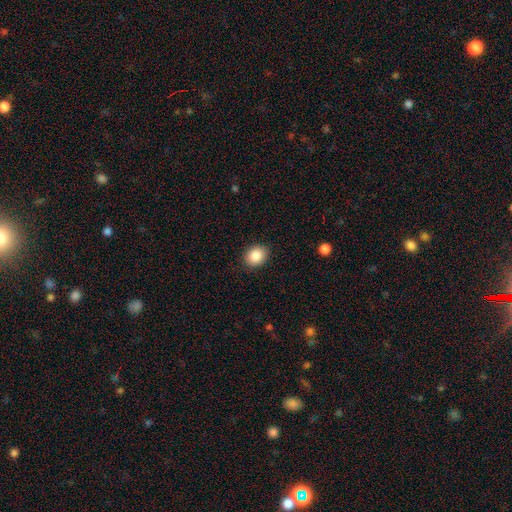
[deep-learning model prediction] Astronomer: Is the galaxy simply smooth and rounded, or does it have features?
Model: smooth — 87%.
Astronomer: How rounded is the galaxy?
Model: round — 54% (runner-up: in between, 45%).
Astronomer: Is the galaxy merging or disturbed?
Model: none — 89%.